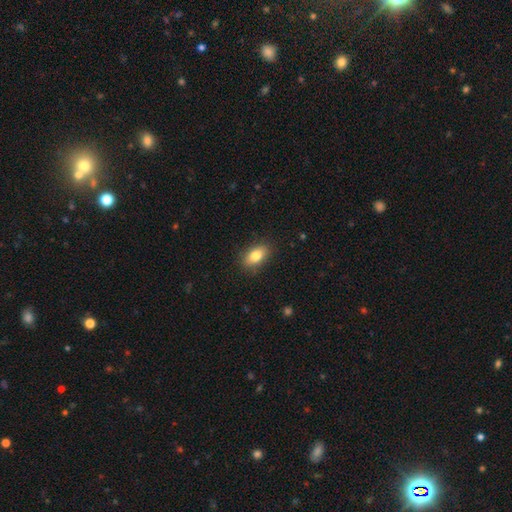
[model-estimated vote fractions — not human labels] A smooth galaxy with no disk features (80%) that is in between round and cigar-shaped (86%).

Vote fractions:
- Smooth or featured? smooth: 80% / featured or disk: 12% / star or artifact: 8%
- How rounded? in between: 86% / round: 8% / cigar-shaped: 6%
- Merging? none: 86% / minor disturbance: 11% / major disturbance: 2% / merger: 1%